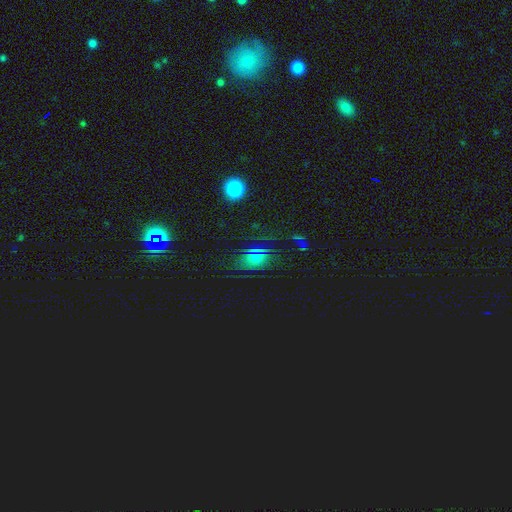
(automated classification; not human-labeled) star or artifact 47%, smooth 41%, featured or disk 12%.